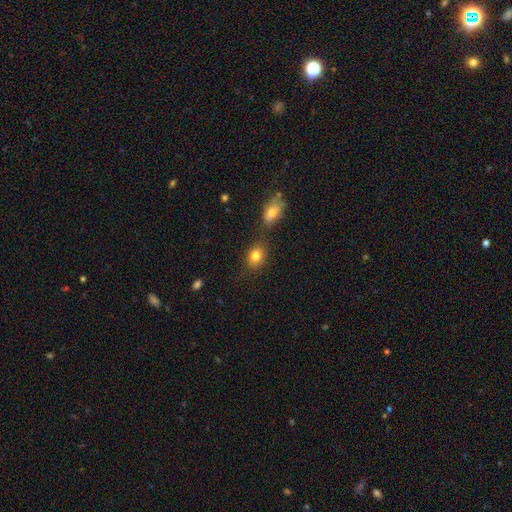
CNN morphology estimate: Smooth or featured? smooth (81%)
How rounded? in between (56%)
Merging? none (67%)